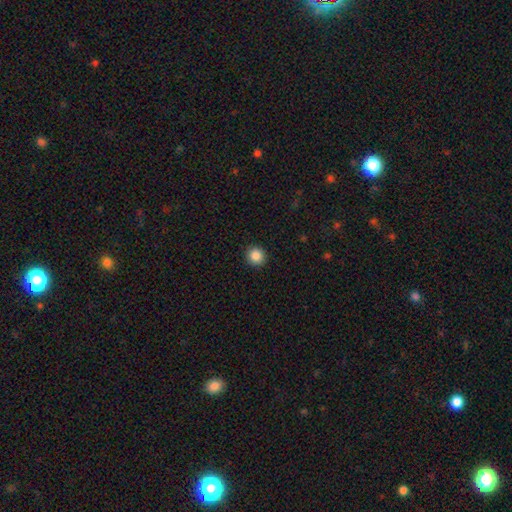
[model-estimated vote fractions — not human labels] This is clearly a smooth galaxy (87%). How rounded: clearly round (93%). Merging: clearly none (92%).